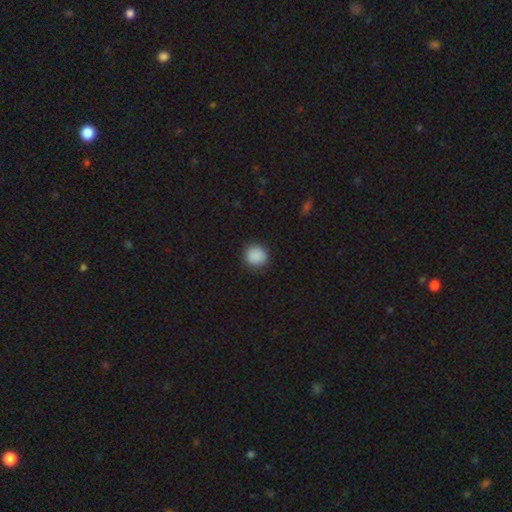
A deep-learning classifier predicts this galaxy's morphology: smooth-or-featured: smooth: 89% | star or artifact: 8% | featured or disk: 3%
  how-rounded: round: 88% | in between: 11% | cigar-shaped: 1%
  merging: none: 88% | minor disturbance: 8% | major disturbance: 2% | merger: 1%